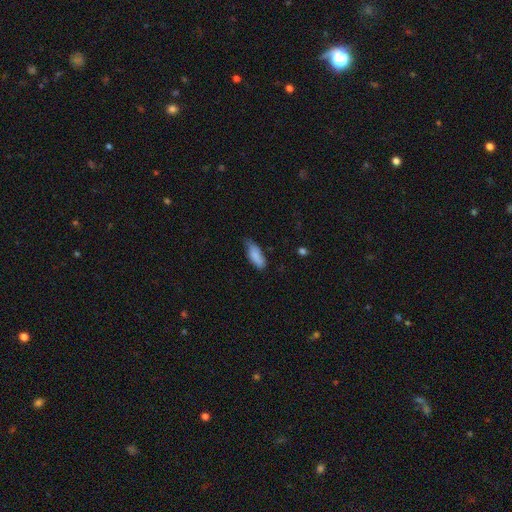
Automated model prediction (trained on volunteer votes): A smooth galaxy with no disk features (86%) that is in between round and cigar-shaped (71%).

Vote fractions:
- Smooth or featured? smooth: 86% / featured or disk: 8% / star or artifact: 6%
- How rounded? in between: 71% / cigar-shaped: 27% / round: 2%
- Merging? none: 60% / minor disturbance: 32% / major disturbance: 5% / merger: 2%